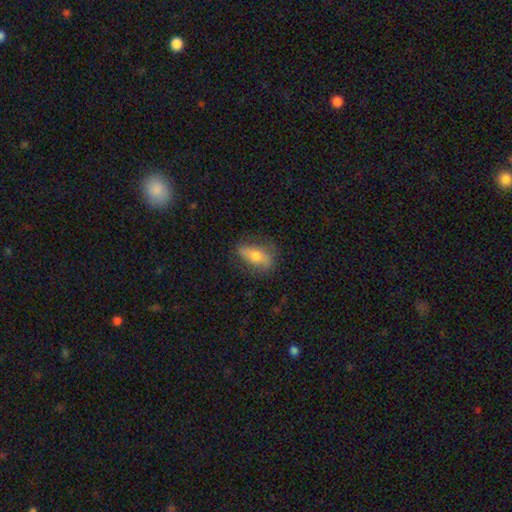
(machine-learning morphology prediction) smooth_or_featured: smooth (p=0.59) [alt: featured or disk p=0.34]
how_rounded: in between (p=0.76) [alt: cigar-shaped p=0.17]
merging: none (p=0.73) [alt: minor disturbance p=0.19]